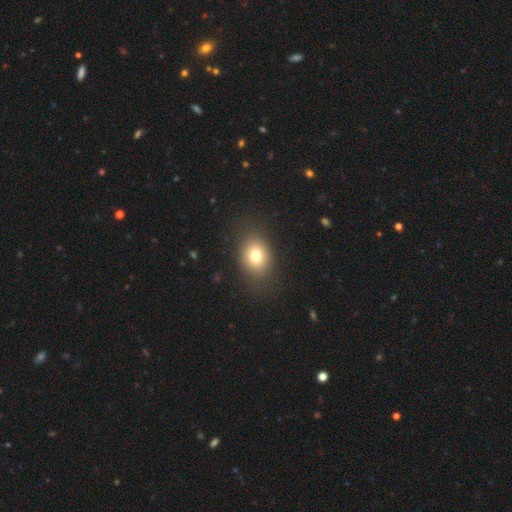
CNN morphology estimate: This appears to be a smooth galaxy with no disk features (75%) that is in between round and cigar-shaped (50%). Merging: none (84%).